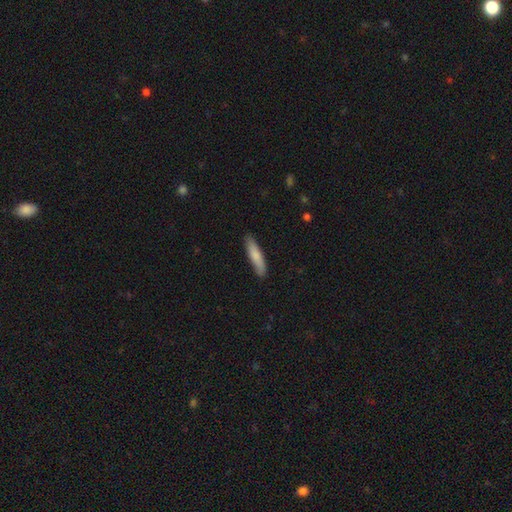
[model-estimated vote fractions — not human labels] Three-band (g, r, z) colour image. It shows a smooth galaxy with no disk features (80%) that is cigar-shaped (84%). Merging: none (87%).